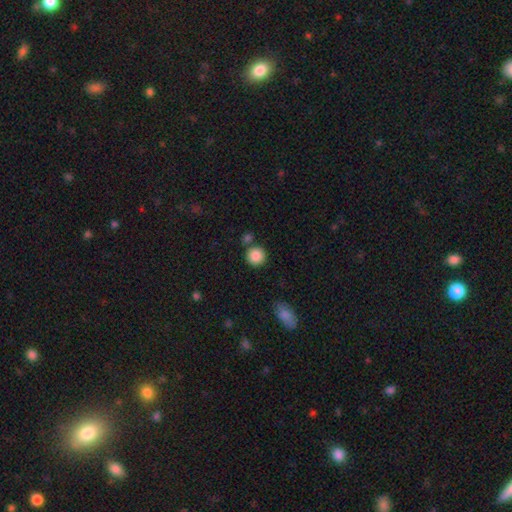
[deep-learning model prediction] Smooth or featured: smooth — 88% (star or artifact — 9%)
How rounded: round — 93% (in between — 6%)
Merging: none — 78% (merger — 11%)